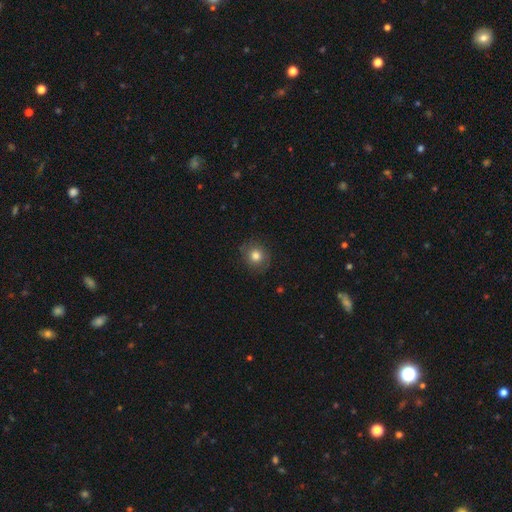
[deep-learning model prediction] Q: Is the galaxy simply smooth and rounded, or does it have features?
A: smooth — 81%.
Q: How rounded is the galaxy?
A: round — 81%.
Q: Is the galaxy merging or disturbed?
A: none — 85%.